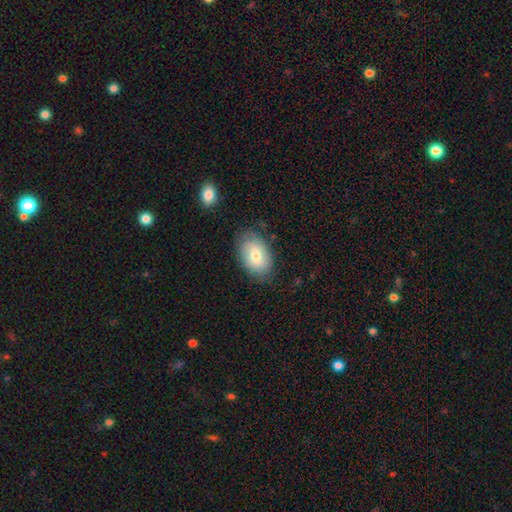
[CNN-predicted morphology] The model was most divided on "smooth or featured": smooth: 68%, featured or disk: 25%, star or artifact: 7%. More confident: how rounded — in between (86%); merging — none (79%).